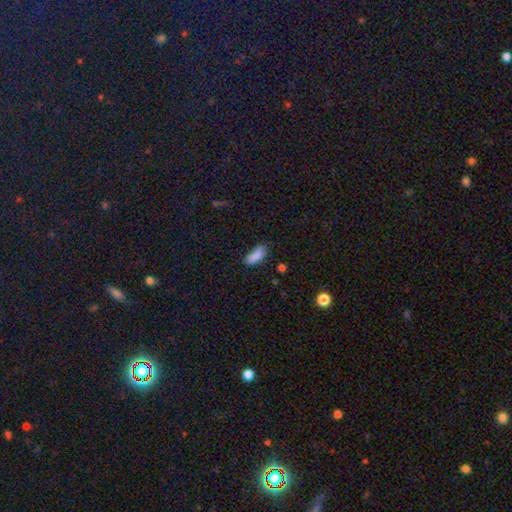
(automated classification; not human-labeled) Smooth or featured: smooth — 86% (star or artifact — 9%)
How rounded: in between — 74% (cigar-shaped — 24%)
Merging: none — 61% (minor disturbance — 28%)